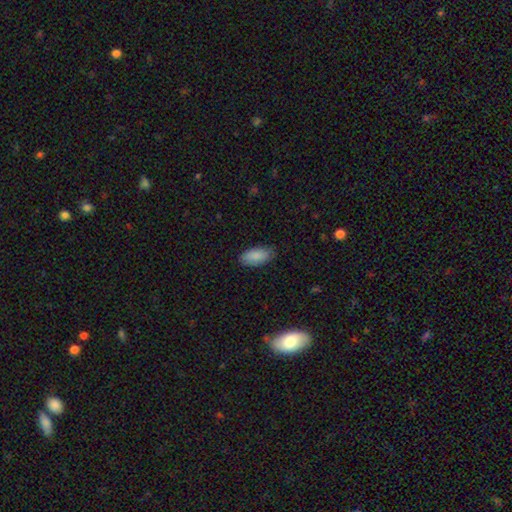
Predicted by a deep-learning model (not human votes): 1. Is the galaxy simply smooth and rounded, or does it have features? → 88% smooth, 6% star or artifact, 6% featured or disk.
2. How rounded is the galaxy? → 92% in between, 6% cigar-shaped, 2% round.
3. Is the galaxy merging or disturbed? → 83% none, 13% minor disturbance, 3% major disturbance, 1% merger.